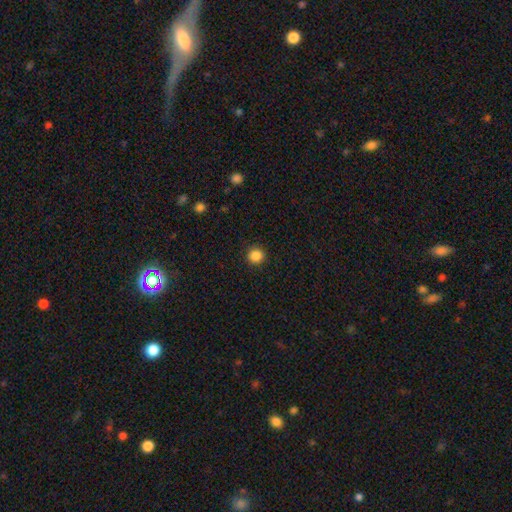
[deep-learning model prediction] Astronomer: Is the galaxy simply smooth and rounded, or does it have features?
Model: smooth — 86%.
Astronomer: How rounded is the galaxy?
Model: round — 93%.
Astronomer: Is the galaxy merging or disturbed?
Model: none — 92%.